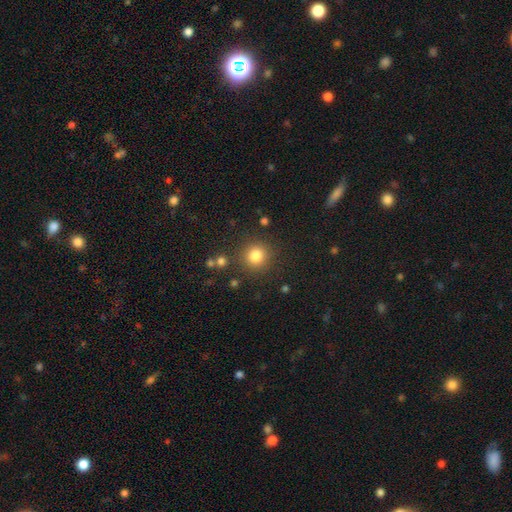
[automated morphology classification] This appears to be a smooth galaxy with no disk features (82%) that is round (93%). Merging: none (86%).